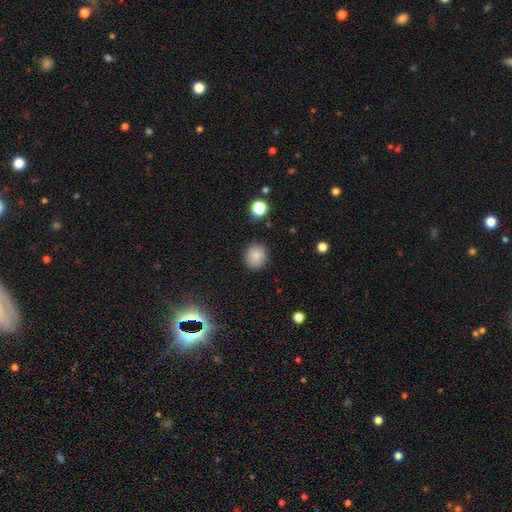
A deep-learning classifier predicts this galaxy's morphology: Overall: smooth (84%). How rounded: round (85%). Merging: none (88%).